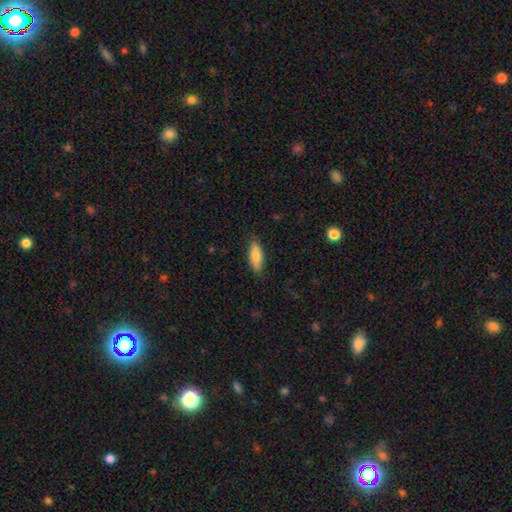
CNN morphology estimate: Smooth or featured?
  - smooth: 78% *
  - featured or disk: 16%
  - star or artifact: 6%
How rounded?
  - in between: 67% *
  - cigar-shaped: 31%
  - round: 2%
Merging?
  - none: 83% *
  - minor disturbance: 14%
  - major disturbance: 3%
  - merger: 1%